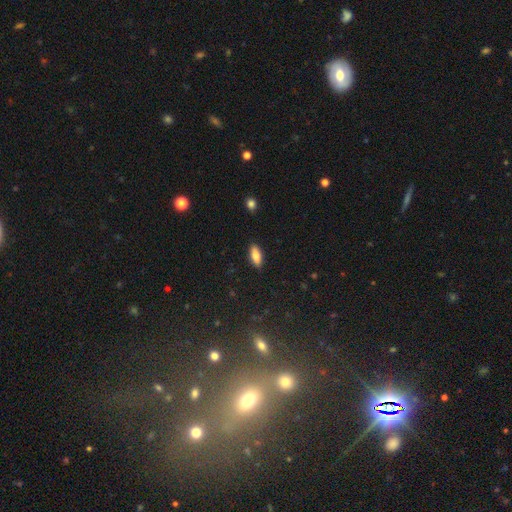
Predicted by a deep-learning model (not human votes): Smooth or featured: smooth — 76% (featured or disk — 17%)
How rounded: in between — 78% (cigar-shaped — 19%)
Merging: none — 89% (minor disturbance — 8%)